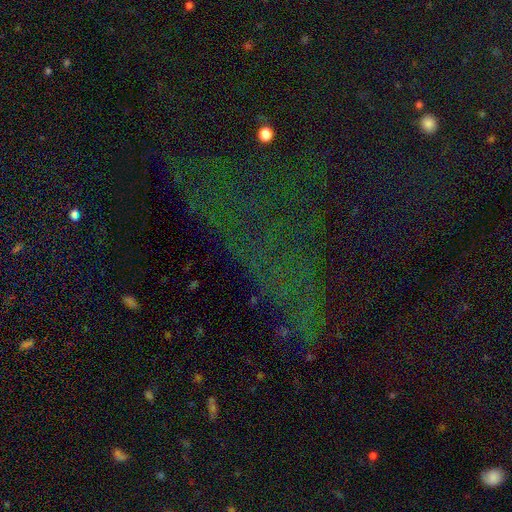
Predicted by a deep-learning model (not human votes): Morphology: type=star or artifact (72%).